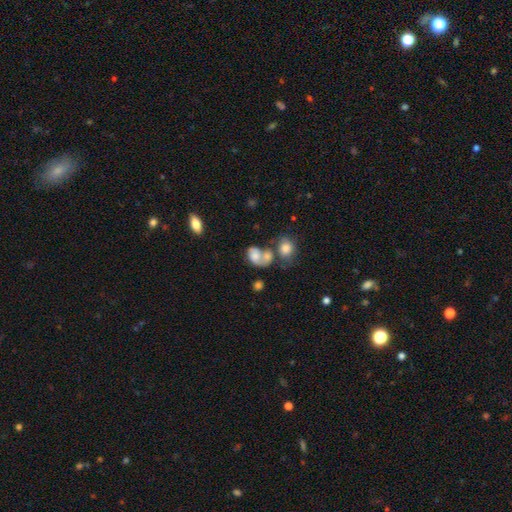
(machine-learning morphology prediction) smooth_or_featured: smooth (p=0.64) [alt: featured or disk p=0.26]
how_rounded: in between (p=0.69) [alt: round p=0.29]
merging: merger (p=0.52) [alt: none p=0.21]